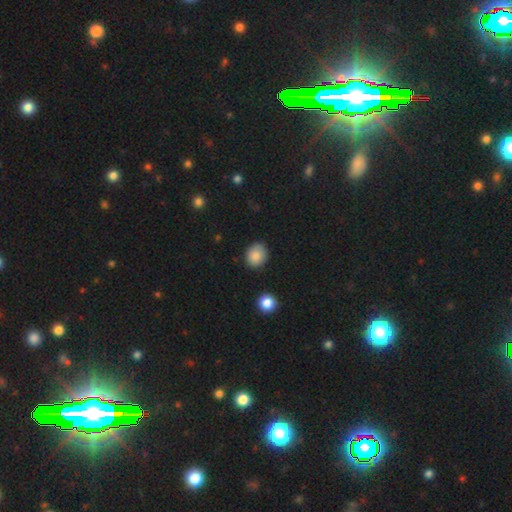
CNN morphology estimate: Q: Smooth or featured?
A: smooth (86%); runner-up: star or artifact (8%)
Q: How rounded?
A: round (64%); runner-up: in between (36%)
Q: Merging?
A: none (83%); runner-up: minor disturbance (12%)